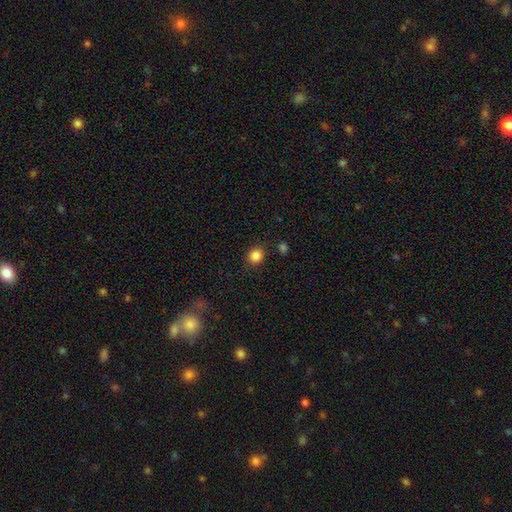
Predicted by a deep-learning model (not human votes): Smooth or featured? smooth (85%)
How rounded? round (78%)
Merging? none (85%)